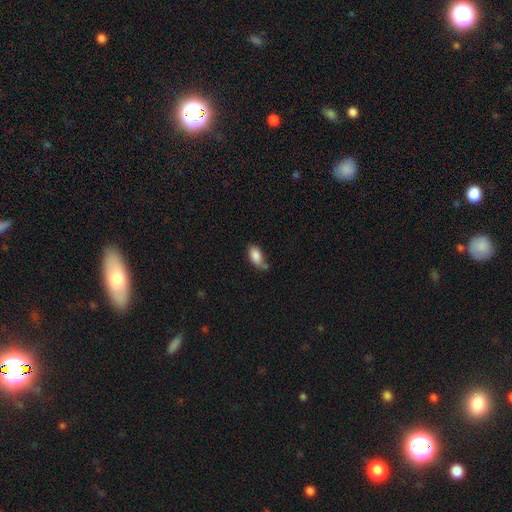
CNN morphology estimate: Smooth or featured: smooth — 84% (featured or disk — 8%)
How rounded: in between — 92% (round — 5%)
Merging: none — 47% (minor disturbance — 35%)